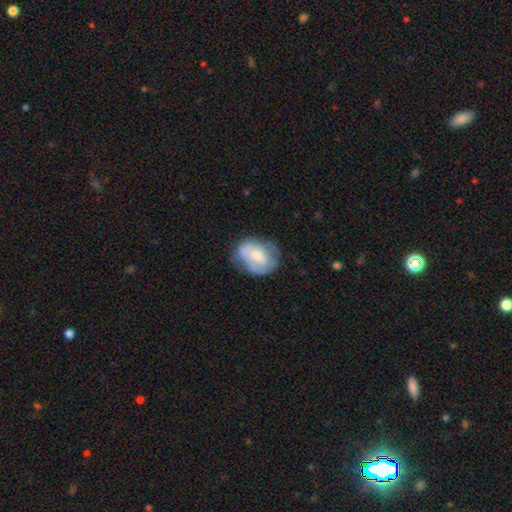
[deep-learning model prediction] A smooth galaxy with no disk features (50%) that is in between round and cigar-shaped (65%). Merging: none (47%).